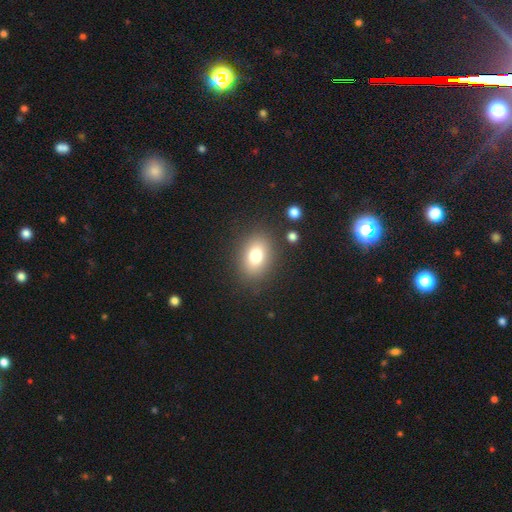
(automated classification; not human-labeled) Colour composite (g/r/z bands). It shows a smooth galaxy with no disk features (77%) that is in between round and cigar-shaped (74%). Merging: none (85%).